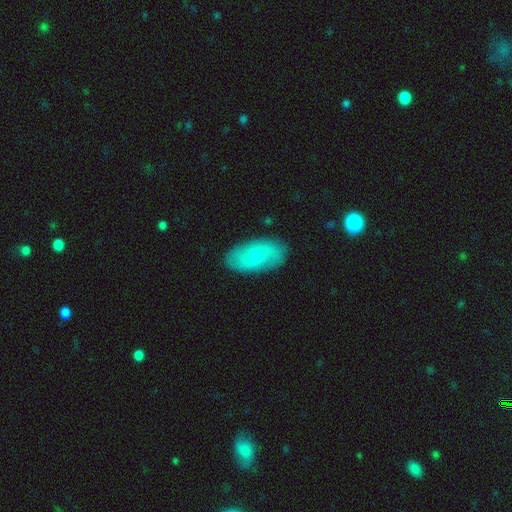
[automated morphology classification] A smooth galaxy with no disk features (54%) that is in between round and cigar-shaped (93%).

Vote fractions:
- Smooth or featured? smooth: 54% / featured or disk: 40% / star or artifact: 6%
- How rounded? in between: 93% / round: 4% / cigar-shaped: 3%
- Merging? none: 83% / minor disturbance: 13% / major disturbance: 3% / merger: 1%